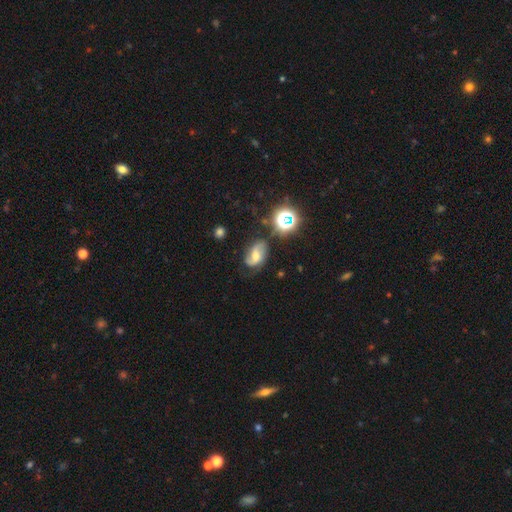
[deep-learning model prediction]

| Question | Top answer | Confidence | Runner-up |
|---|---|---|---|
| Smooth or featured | featured or disk | 65% | smooth (22%) |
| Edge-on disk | no | 96% | yes (4%) |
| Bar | weak | 44% | tied: no (44%) |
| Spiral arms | yes | 92% | no (8%) |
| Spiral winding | loose | 49% | medium (38%) |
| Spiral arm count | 2 | 81% | 1 (8%) |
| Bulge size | moderate | 54% | small (27%) |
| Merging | none | 63% | minor disturbance (23%) |